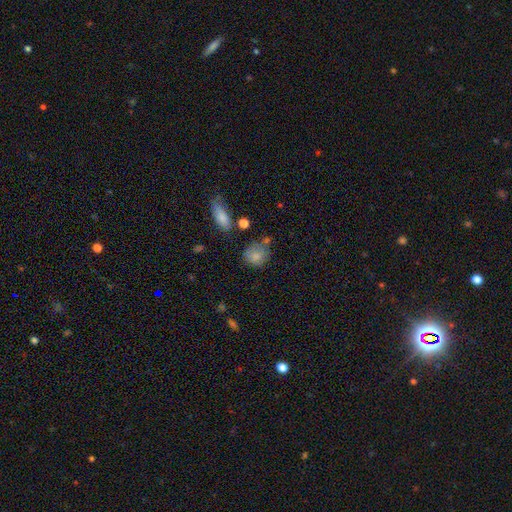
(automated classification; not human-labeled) smooth_or_featured: smooth (p=0.80) [alt: featured or disk p=0.10]
how_rounded: round (p=0.65) [alt: in between p=0.33]
merging: none (p=0.56) [alt: minor disturbance p=0.25]